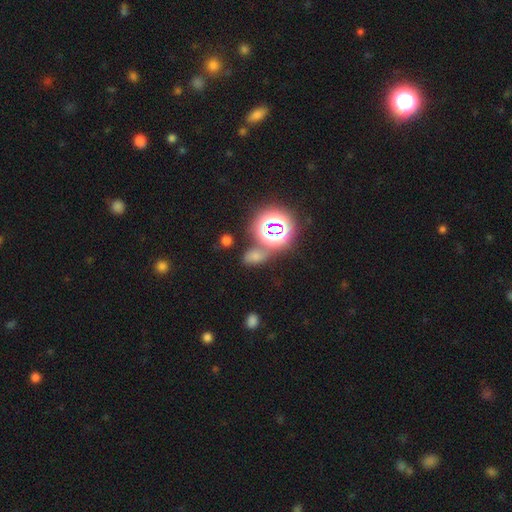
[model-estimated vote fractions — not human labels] A smooth galaxy with no disk features (49%).

Vote fractions:
- Smooth or featured? smooth: 49% / star or artifact: 40% / featured or disk: 11%
- Merging? none: 56% / merger: 18% / minor disturbance: 16% / major disturbance: 9%